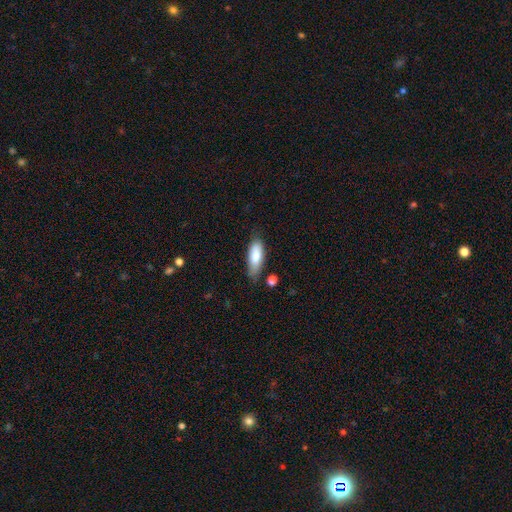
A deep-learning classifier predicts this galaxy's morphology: A smooth galaxy with no disk features (78%) that is in between round and cigar-shaped (74%).

Vote fractions:
- Smooth or featured? smooth: 78% / featured or disk: 15% / star or artifact: 6%
- How rounded? in between: 74% / cigar-shaped: 24% / round: 2%
- Merging? none: 68% / minor disturbance: 24% / major disturbance: 5% / merger: 4%